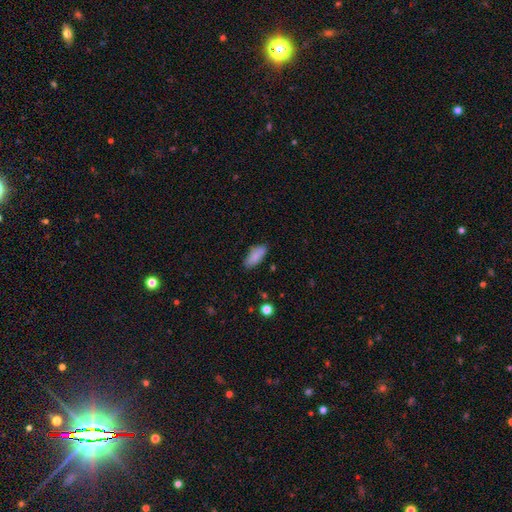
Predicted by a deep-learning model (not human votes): Q: Smooth or featured?
A: smooth (87%); runner-up: star or artifact (7%)
Q: How rounded?
A: in between (81%); runner-up: cigar-shaped (17%)
Q: Merging?
A: none (82%); runner-up: minor disturbance (14%)